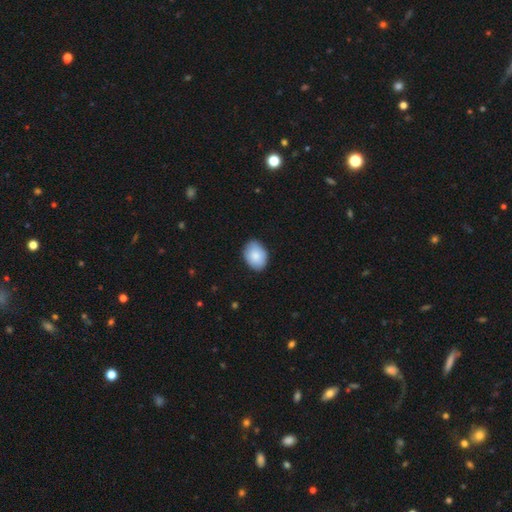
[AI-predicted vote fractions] This is clearly a smooth galaxy (87%). How rounded: likely in between (77%). Merging: clearly none (86%).